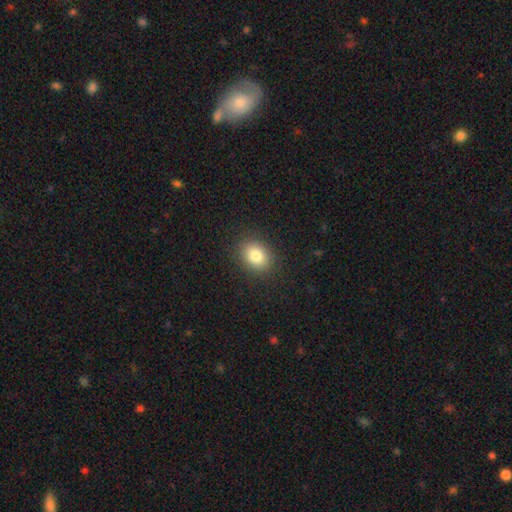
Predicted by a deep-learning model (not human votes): A smooth galaxy with no disk features (82%) that is in between round and cigar-shaped (57%). Merging: none (88%).